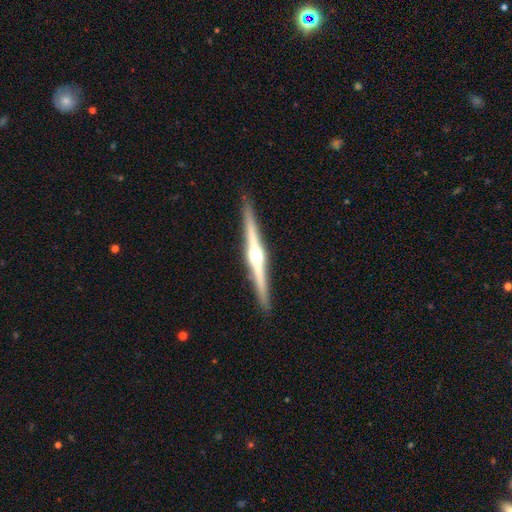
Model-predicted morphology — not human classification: type=featured or disk (83%); edge-on=yes (99%); edge-on bulge=rounded (93%); merging=none (92%).